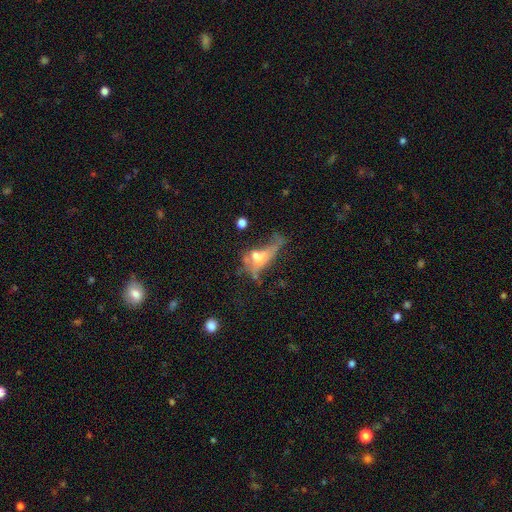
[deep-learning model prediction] A featured or disk galaxy (44%). Merging: major disturbance (43%).